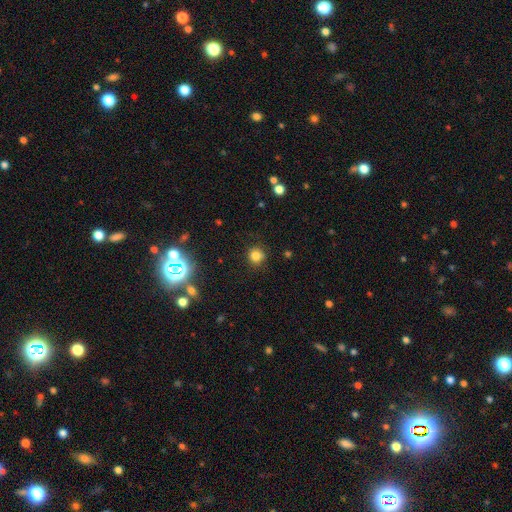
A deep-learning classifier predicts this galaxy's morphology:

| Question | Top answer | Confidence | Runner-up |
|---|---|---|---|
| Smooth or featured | smooth | 80% | star or artifact (15%) |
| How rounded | round | 90% | in between (9%) |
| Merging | none | 83% | minor disturbance (11%) |